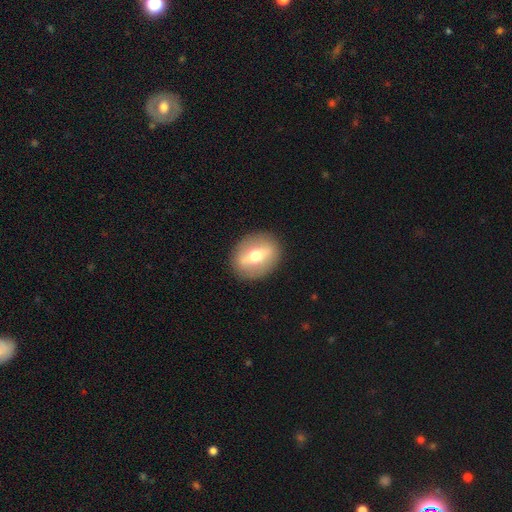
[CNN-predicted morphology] Smooth or featured? featured or disk (54%)
Edge-on disk? no (64%)
Merging? none (88%)